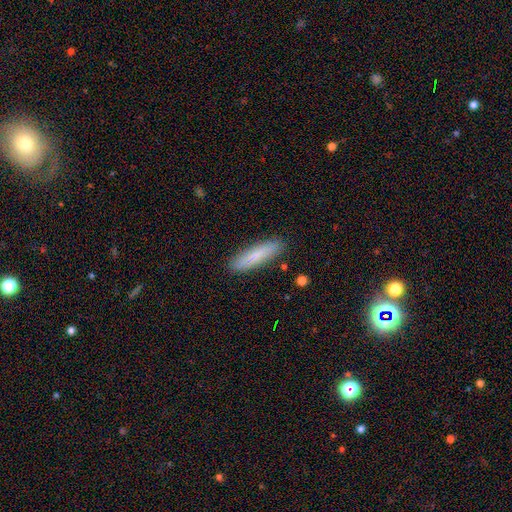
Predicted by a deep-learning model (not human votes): Overall: smooth (73%). How rounded: cigar-shaped (77%). Merging: none (88%).